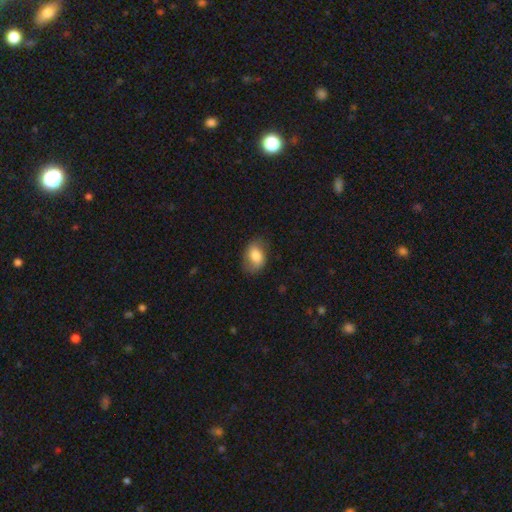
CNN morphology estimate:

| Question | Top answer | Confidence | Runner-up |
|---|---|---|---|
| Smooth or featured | smooth | 72% | featured or disk (21%) |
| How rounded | in between | 80% | round (19%) |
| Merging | none | 72% | minor disturbance (21%) |